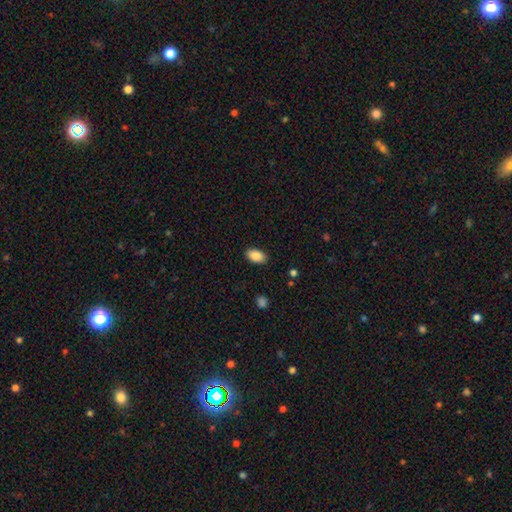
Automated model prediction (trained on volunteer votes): Smooth or featured: smooth — 88% (star or artifact — 7%)
How rounded: in between — 93% (round — 6%)
Merging: none — 89% (minor disturbance — 8%)